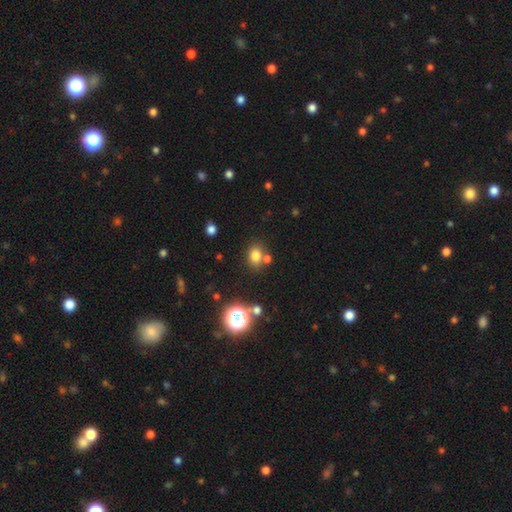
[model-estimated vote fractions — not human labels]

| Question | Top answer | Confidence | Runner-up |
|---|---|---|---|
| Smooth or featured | smooth | 76% | star or artifact (16%) |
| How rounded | in between | 51% | round (48%) |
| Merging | none | 67% | merger (17%) |